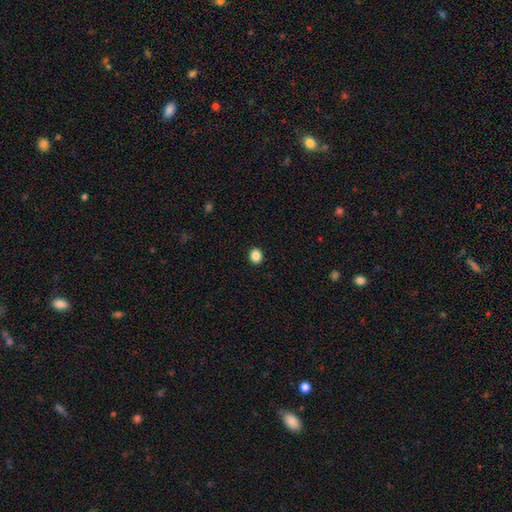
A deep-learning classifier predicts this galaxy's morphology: Smooth or featured? Predicted: smooth (p=0.87). How rounded? Predicted: round (p=0.72). Merging? Predicted: none (p=0.92).